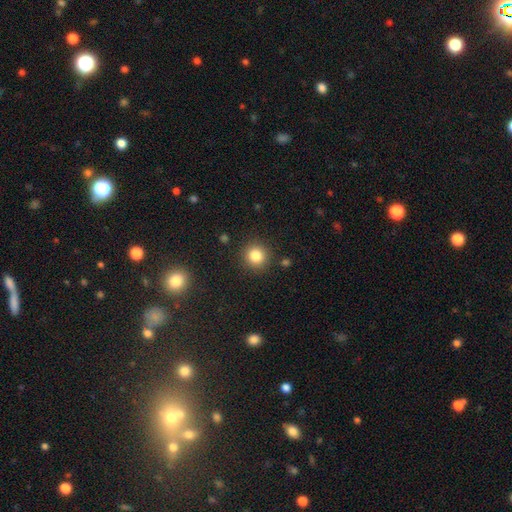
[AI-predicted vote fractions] Smooth or featured? smooth (83%)
How rounded? round (93%)
Merging? none (89%)